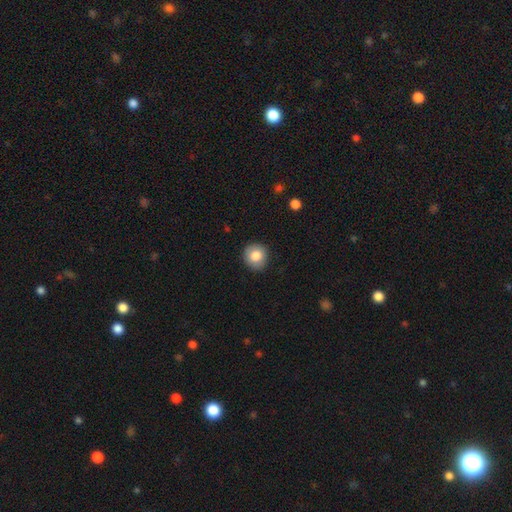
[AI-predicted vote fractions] smooth 82%, featured or disk 9%, star or artifact 9%. Down the decision tree: how rounded — round (90%); merging — none (89%).